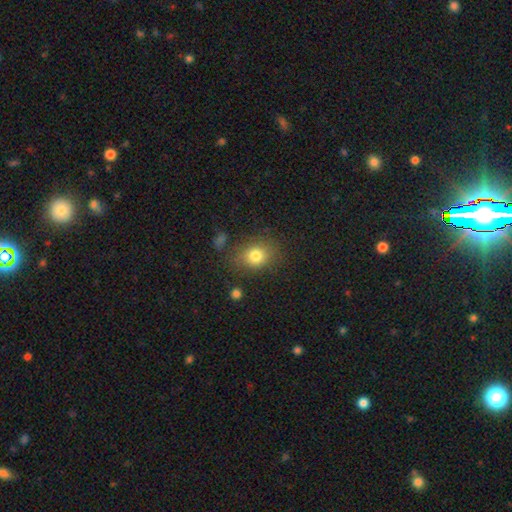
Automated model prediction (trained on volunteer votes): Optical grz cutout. It shows a smooth galaxy with no disk features (79%) that is round (57%). Merging: none (77%).